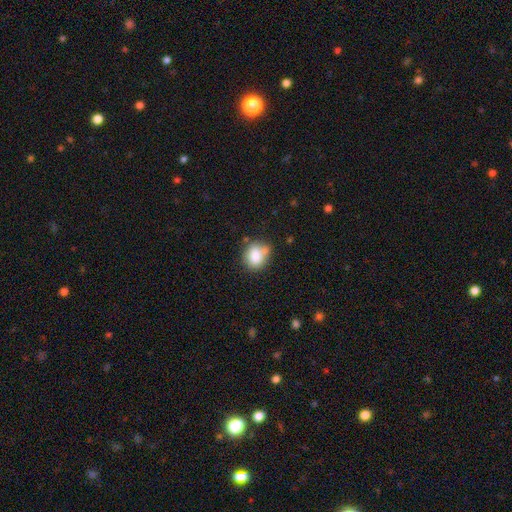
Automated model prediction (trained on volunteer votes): Overall: smooth (83%). How rounded: round (63%; in between 36%). Merging: none (58%; minor disturbance 20%).